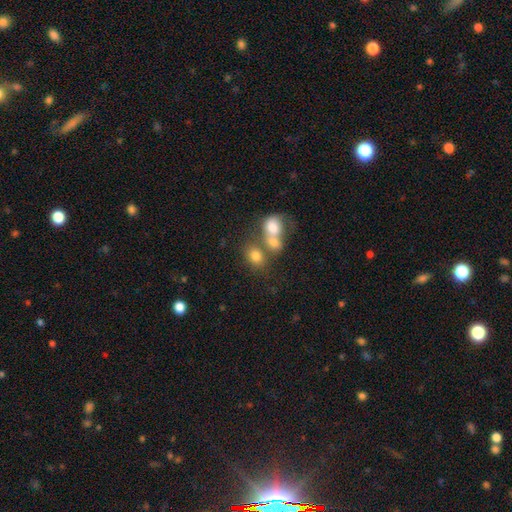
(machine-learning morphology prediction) type=smooth (76%); roundness=in between (56%); merging=merger (47%).